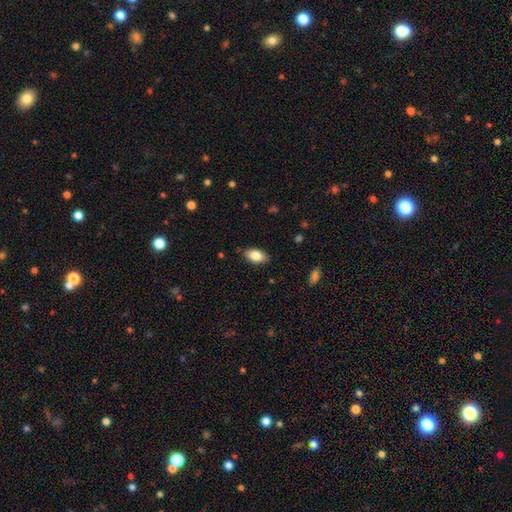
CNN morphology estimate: smooth_or_featured: smooth (p=0.82) [alt: featured or disk p=0.10]
how_rounded: in between (p=0.92) [alt: round p=0.05]
merging: none (p=0.85) [alt: minor disturbance p=0.11]